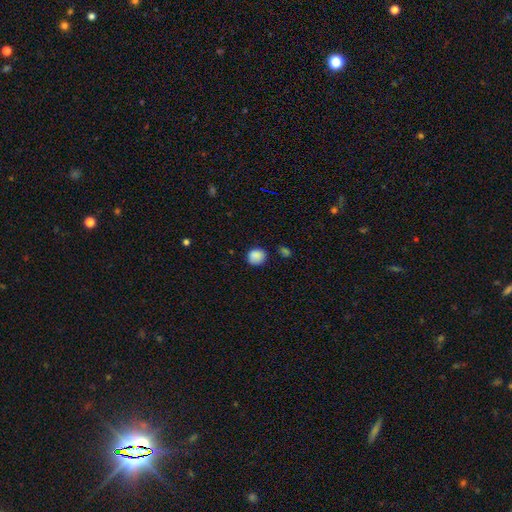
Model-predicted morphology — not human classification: A smooth galaxy with no disk features (86%) that is round (71%).

Vote fractions:
- Smooth or featured? smooth: 86% / star or artifact: 9% / featured or disk: 5%
- How rounded? round: 71% / in between: 28% / cigar-shaped: 1%
- Merging? none: 72% / minor disturbance: 20% / major disturbance: 4% / merger: 4%